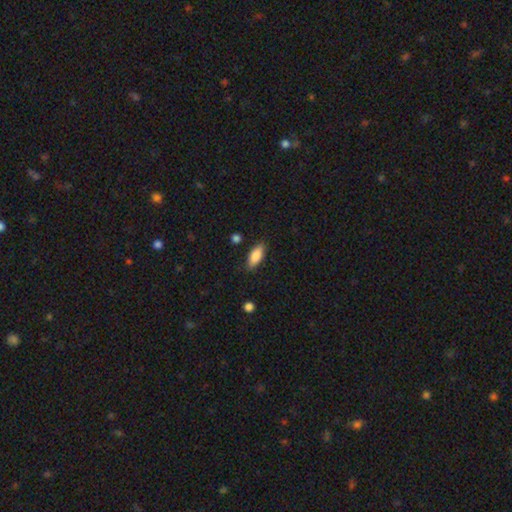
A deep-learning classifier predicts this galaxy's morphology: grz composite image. It shows a smooth galaxy with no disk features (85%) that is in between round and cigar-shaped (79%). Merging: none (83%).